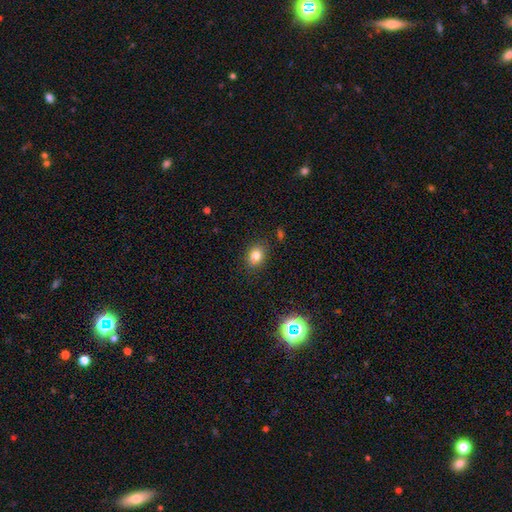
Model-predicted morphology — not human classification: smooth-or-featured: smooth: 81% | star or artifact: 12% | featured or disk: 7%
  how-rounded: in between: 58% | round: 41% | cigar-shaped: 1%
  merging: none: 82% | minor disturbance: 12% | major disturbance: 3% | merger: 3%